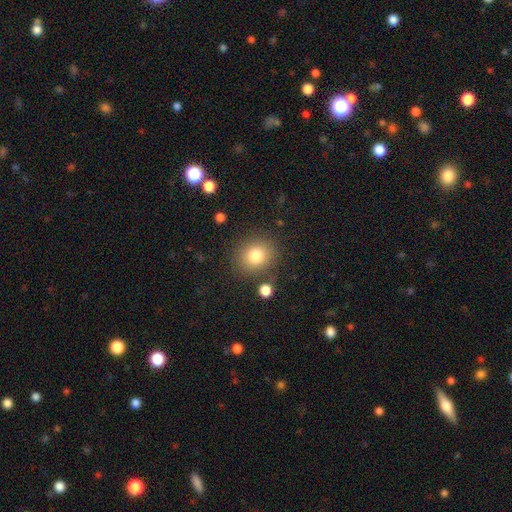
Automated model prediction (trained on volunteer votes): This appears to be a smooth galaxy with no disk features (80%) that is round (77%). Merging: none (83%).